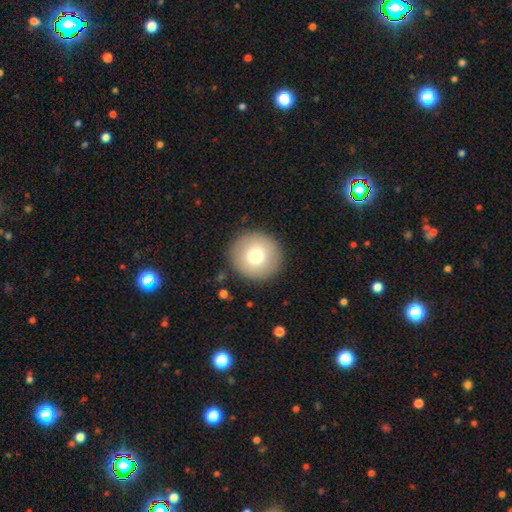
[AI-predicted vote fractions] Q: Smooth or featured?
A: smooth (74%); runner-up: featured or disk (16%)
Q: How rounded?
A: round (95%); runner-up: in between (4%)
Q: Merging?
A: none (91%); runner-up: minor disturbance (6%)